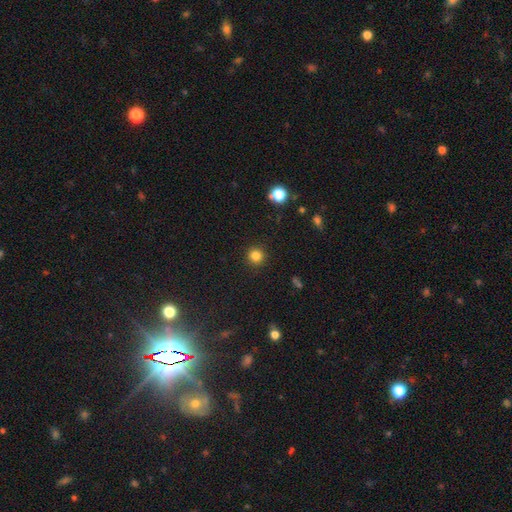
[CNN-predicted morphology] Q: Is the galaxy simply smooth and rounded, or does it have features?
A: smooth — 83%.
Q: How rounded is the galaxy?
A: round — 95%.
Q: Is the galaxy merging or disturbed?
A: none — 92%.